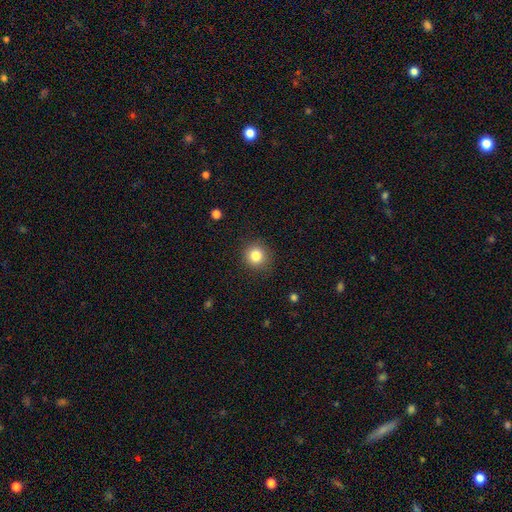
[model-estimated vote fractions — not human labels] A smooth galaxy with no disk features (83%) that is round (92%).

Vote fractions:
- Smooth or featured? smooth: 83% / star or artifact: 11% / featured or disk: 6%
- How rounded? round: 92% / in between: 7% / cigar-shaped: 1%
- Merging? none: 89% / minor disturbance: 8% / major disturbance: 3% / merger: 1%